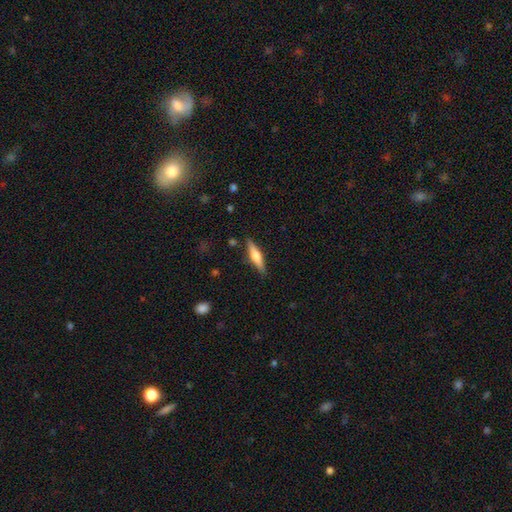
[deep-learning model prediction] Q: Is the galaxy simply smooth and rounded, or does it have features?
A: featured or disk — 52%.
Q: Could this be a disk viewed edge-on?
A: yes — 96%.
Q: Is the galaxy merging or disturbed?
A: none — 88%.